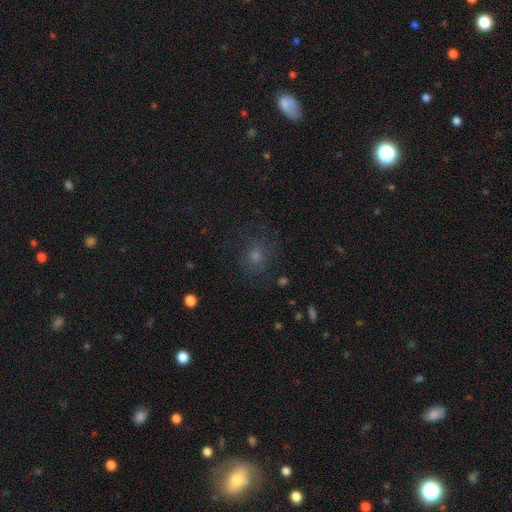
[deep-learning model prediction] Q: Smooth or featured?
A: smooth (51%); runner-up: star or artifact (31%)
Q: How rounded?
A: round (85%); runner-up: in between (14%)
Q: Merging?
A: none (77%); runner-up: minor disturbance (14%)